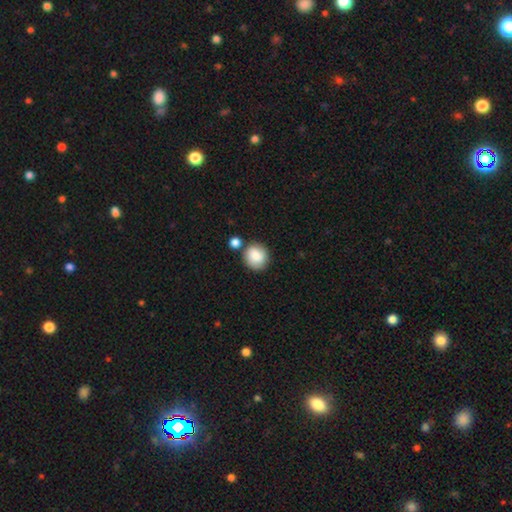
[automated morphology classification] Smooth or featured?
  - smooth: 82% *
  - featured or disk: 11%
  - star or artifact: 7%
How rounded?
  - round: 83% *
  - in between: 16%
  - cigar-shaped: 1%
Merging?
  - none: 68% *
  - merger: 15%
  - minor disturbance: 14%
  - major disturbance: 4%